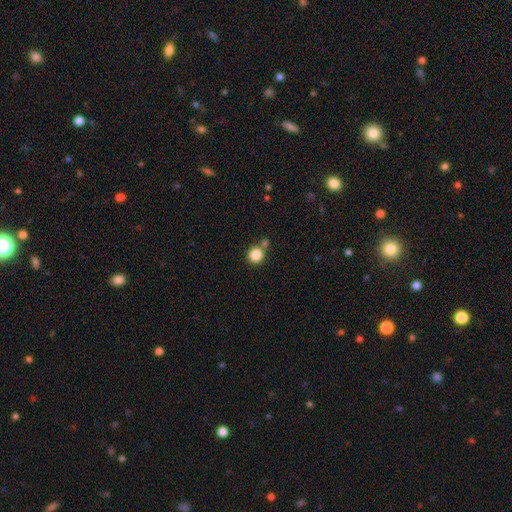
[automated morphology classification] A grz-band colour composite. It shows a smooth galaxy with no disk features (86%) that is round (88%). Merging: none (67%).